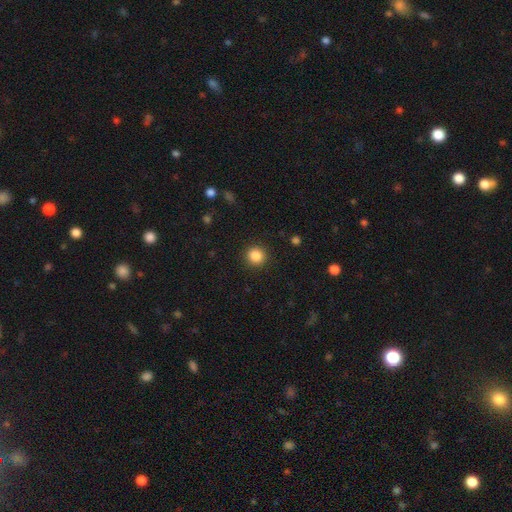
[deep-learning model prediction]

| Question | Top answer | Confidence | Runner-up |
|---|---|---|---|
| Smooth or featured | smooth | 86% | star or artifact (10%) |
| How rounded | round | 93% | in between (6%) |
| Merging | none | 92% | minor disturbance (5%) |